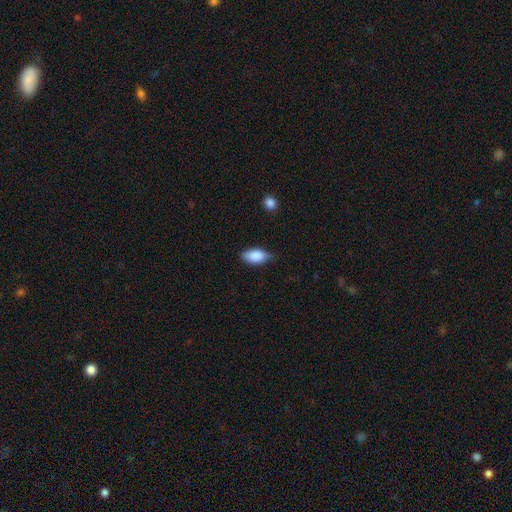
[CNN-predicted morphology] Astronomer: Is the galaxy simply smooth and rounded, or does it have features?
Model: smooth — 86%.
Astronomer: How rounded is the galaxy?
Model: in between — 91%.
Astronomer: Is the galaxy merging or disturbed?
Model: none — 74%.